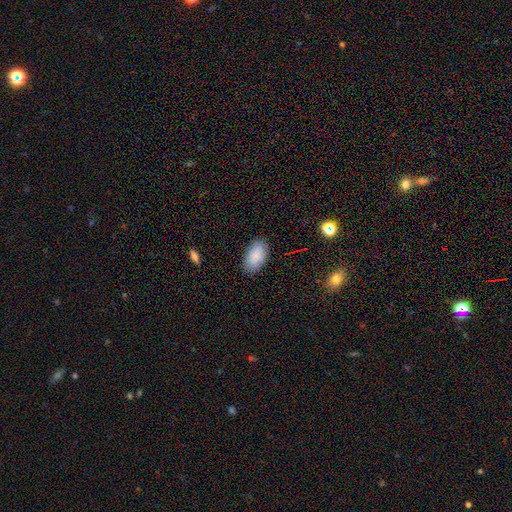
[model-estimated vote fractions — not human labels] smooth_or_featured: smooth (p=0.87) [alt: star or artifact p=0.08]
how_rounded: in between (p=0.94) [alt: round p=0.04]
merging: none (p=0.83) [alt: minor disturbance p=0.13]